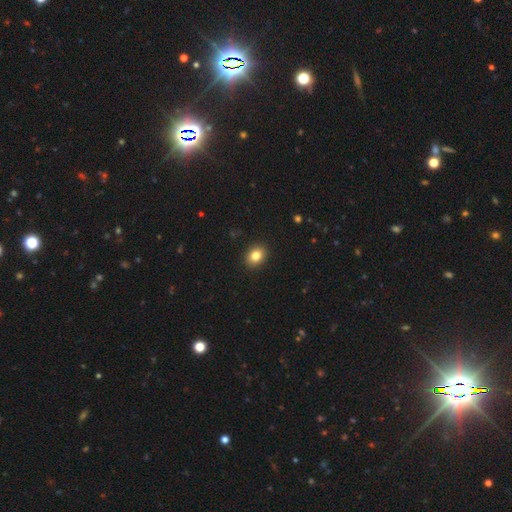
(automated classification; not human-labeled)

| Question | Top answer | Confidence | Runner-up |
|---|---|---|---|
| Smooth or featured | smooth | 83% | star or artifact (10%) |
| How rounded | round | 51% | in between (48%) |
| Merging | none | 91% | minor disturbance (6%) |